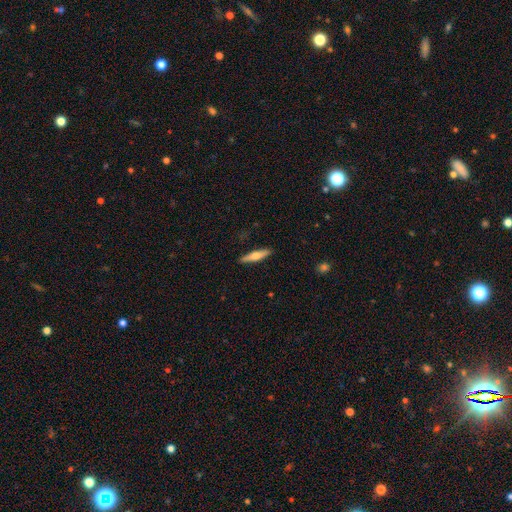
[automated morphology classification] Overall: smooth (54%; featured or disk 40%). How rounded: cigar-shaped (81%). Merging: none (89%).